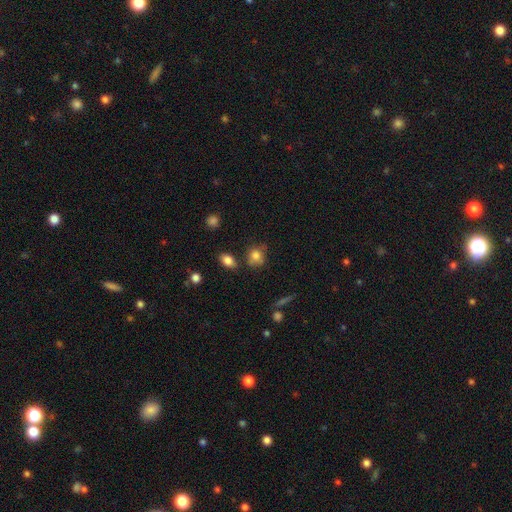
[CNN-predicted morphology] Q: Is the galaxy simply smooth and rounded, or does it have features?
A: smooth — 79%.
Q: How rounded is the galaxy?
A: round — 61%.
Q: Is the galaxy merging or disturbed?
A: none — 62%.